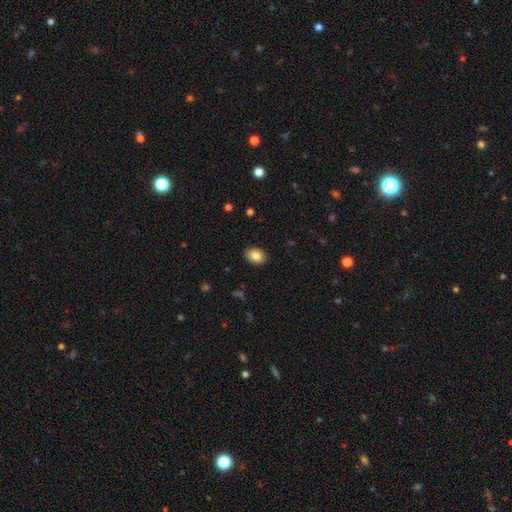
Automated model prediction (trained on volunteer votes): Smooth or featured? Predicted: smooth (p=0.83). How rounded? Predicted: in between (p=0.76). Merging? Predicted: none (p=0.89).